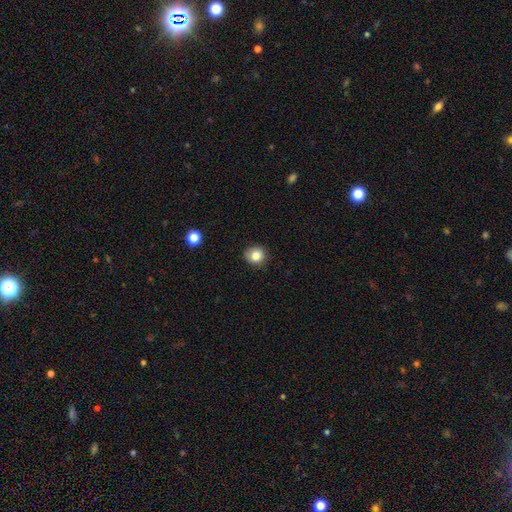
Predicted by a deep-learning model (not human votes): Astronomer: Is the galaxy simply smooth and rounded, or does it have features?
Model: smooth — 82%.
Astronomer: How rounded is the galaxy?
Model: round — 87%.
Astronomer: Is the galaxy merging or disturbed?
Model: none — 85%.